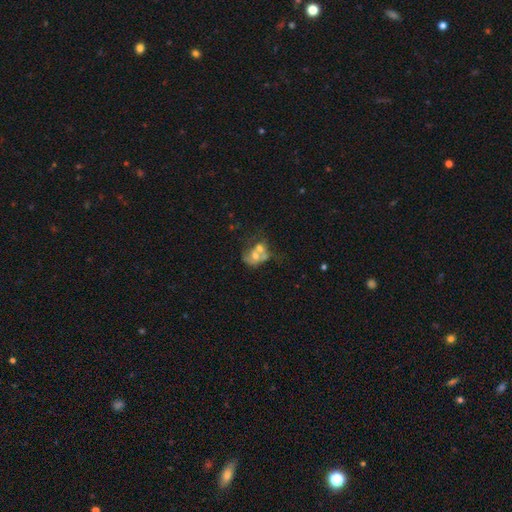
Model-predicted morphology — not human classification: Smooth or featured?
  - featured or disk: 50% *
  - smooth: 40%
  - star or artifact: 11%
Merging?
  - merger: 62% *
  - none: 17%
  - major disturbance: 11%
  - minor disturbance: 9%